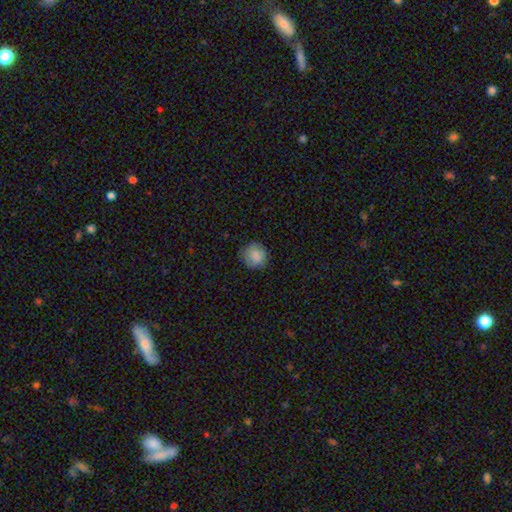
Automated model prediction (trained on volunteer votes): Smooth or featured?
  - smooth: 84% *
  - star or artifact: 8%
  - featured or disk: 8%
How rounded?
  - round: 87% *
  - in between: 12%
  - cigar-shaped: 1%
Merging?
  - none: 77% *
  - minor disturbance: 18%
  - major disturbance: 4%
  - merger: 1%